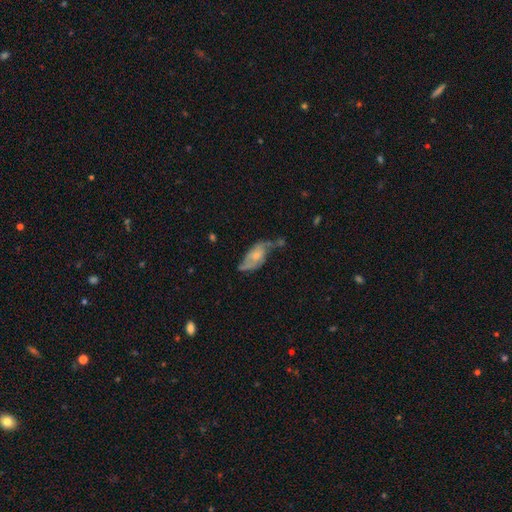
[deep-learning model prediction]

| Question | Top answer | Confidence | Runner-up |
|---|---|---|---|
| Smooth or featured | featured or disk | 50% | smooth (43%) |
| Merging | minor disturbance | 32% | tied: none (32%) |